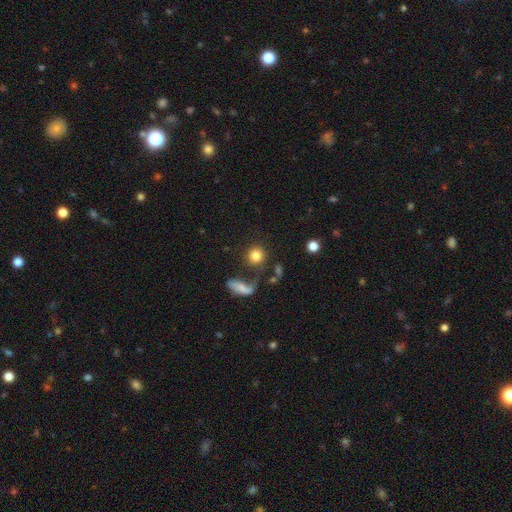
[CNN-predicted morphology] smooth 80%, featured or disk 11%, star or artifact 9%. Down the decision tree: how rounded — round (87%); merging — none (63%).